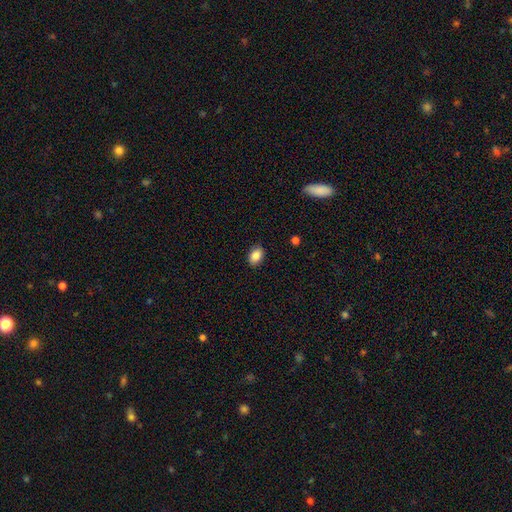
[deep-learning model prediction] A smooth galaxy with no disk features (85%) that is in between round and cigar-shaped (81%).

Vote fractions:
- Smooth or featured? smooth: 85% / star or artifact: 8% / featured or disk: 7%
- How rounded? in between: 81% / round: 18% / cigar-shaped: 1%
- Merging? none: 88% / minor disturbance: 9% / major disturbance: 2% / merger: 1%